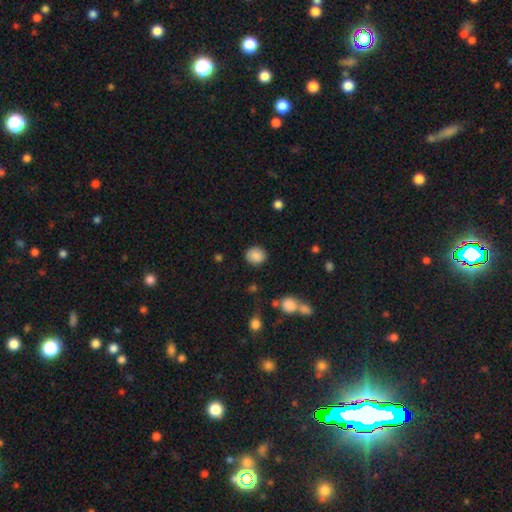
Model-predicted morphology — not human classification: A smooth galaxy with no disk features (87%) that is round (76%). Merging: none (85%).